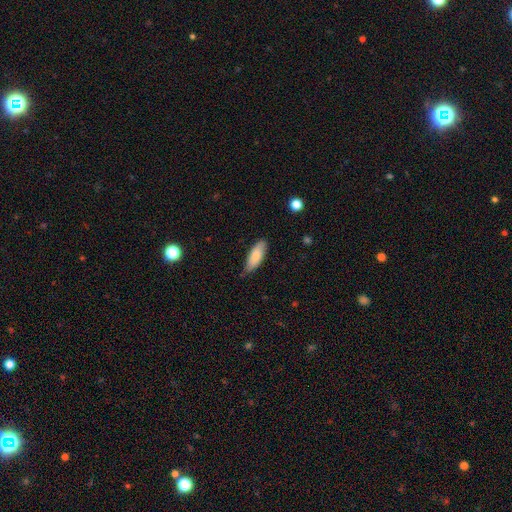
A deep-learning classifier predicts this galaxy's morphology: Overall: smooth (83%). How rounded: in between (70%). Merging: none (71%).